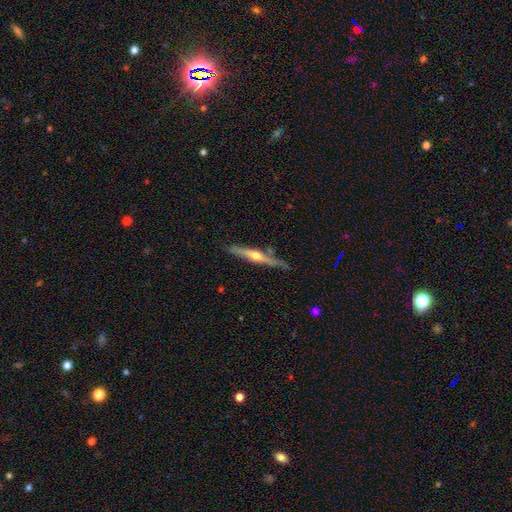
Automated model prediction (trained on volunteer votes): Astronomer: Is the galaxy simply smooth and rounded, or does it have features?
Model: featured or disk — 68%.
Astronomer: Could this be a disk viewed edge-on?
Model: yes — 96%.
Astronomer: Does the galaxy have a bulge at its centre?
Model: rounded — 89%.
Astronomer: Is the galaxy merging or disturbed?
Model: none — 77%.